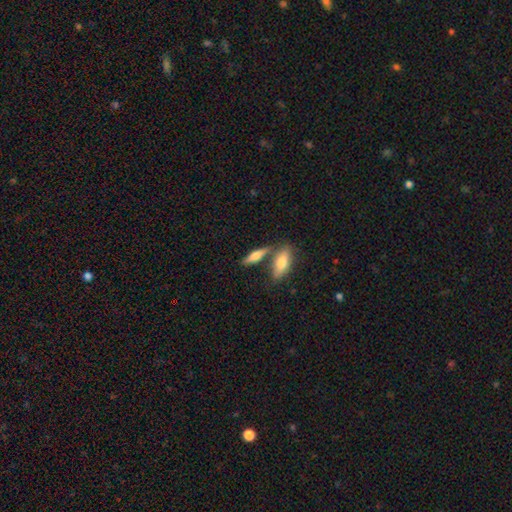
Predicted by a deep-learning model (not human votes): smooth 59%, featured or disk 34%, star or artifact 7%. Down the decision tree: how rounded — cigar-shaped (54%); merging — none (55%).